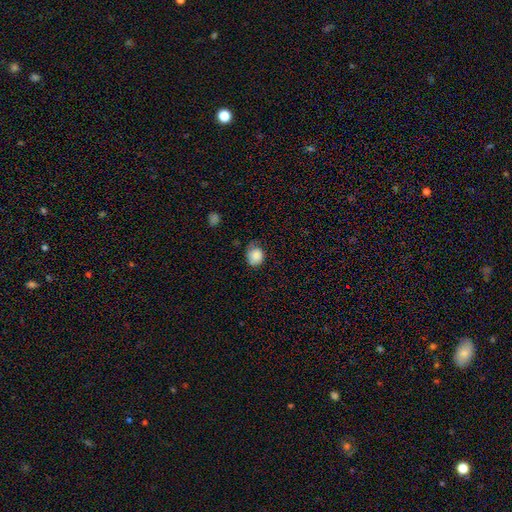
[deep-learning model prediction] Smooth or featured?
  - smooth: 86% *
  - star or artifact: 8%
  - featured or disk: 6%
How rounded?
  - round: 68% *
  - in between: 31%
  - cigar-shaped: 1%
Merging?
  - none: 54% *
  - minor disturbance: 34%
  - major disturbance: 10%
  - merger: 2%